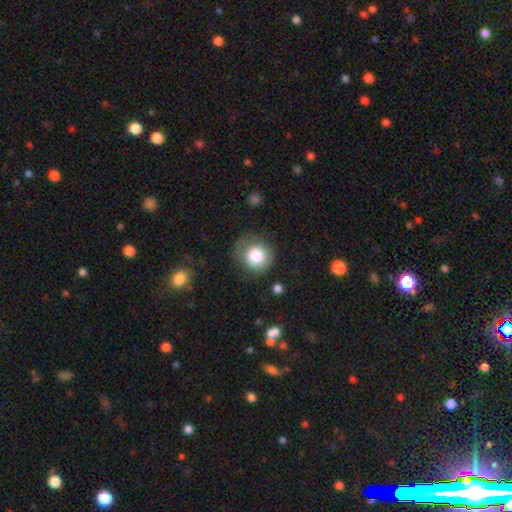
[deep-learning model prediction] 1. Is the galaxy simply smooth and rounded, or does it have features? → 80% smooth, 11% featured or disk, 9% star or artifact.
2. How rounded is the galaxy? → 90% round, 9% in between, 1% cigar-shaped.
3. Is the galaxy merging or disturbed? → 68% none, 20% minor disturbance, 10% major disturbance, 2% merger.